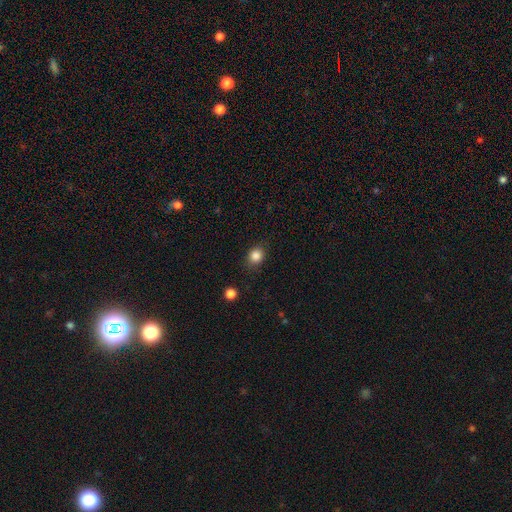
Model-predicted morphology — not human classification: Smooth or featured? Predicted: smooth (p=0.85). How rounded? Predicted: round (p=0.61). Merging? Predicted: none (p=0.84).